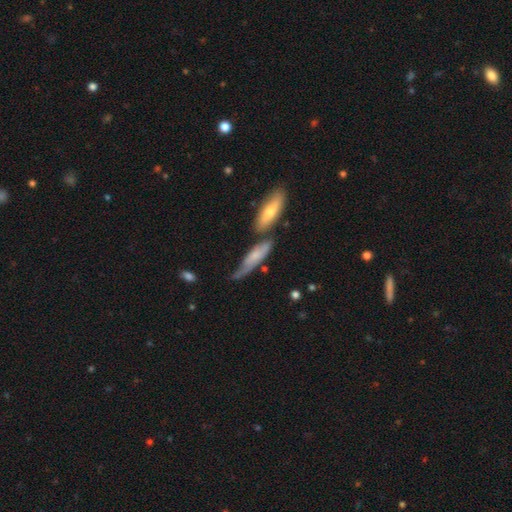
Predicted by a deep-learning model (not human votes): Smooth or featured? smooth (59%)
How rounded? cigar-shaped (57%)
Merging? none (40%)